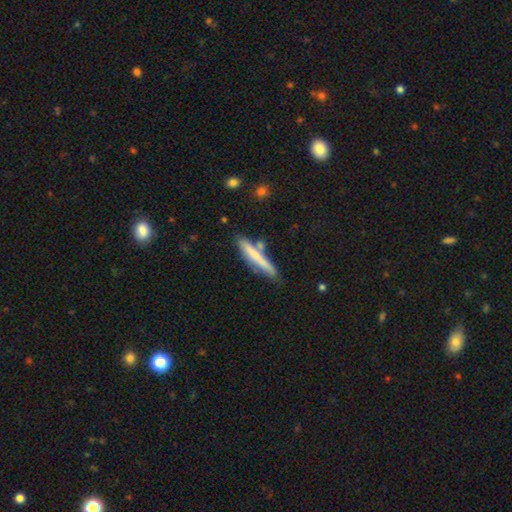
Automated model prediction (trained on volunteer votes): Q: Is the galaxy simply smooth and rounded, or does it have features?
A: smooth — 63%.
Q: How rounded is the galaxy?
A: cigar-shaped — 92%.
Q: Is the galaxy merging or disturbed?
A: none — 68%.